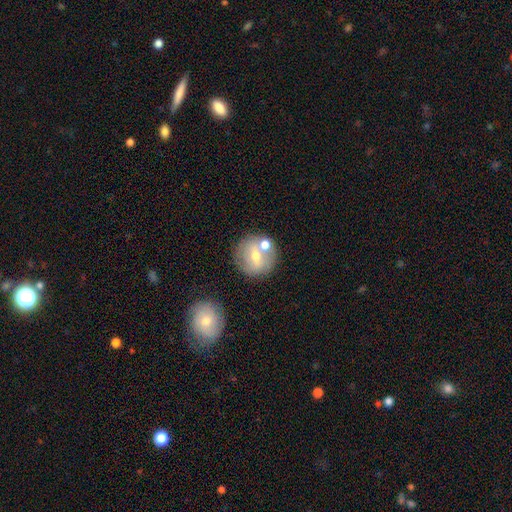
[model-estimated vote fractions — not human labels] smooth_or_featured: smooth (p=0.56) [alt: featured or disk p=0.35]
how_rounded: round (p=0.88) [alt: in between p=0.10]
merging: none (p=0.66) [alt: merger p=0.19]